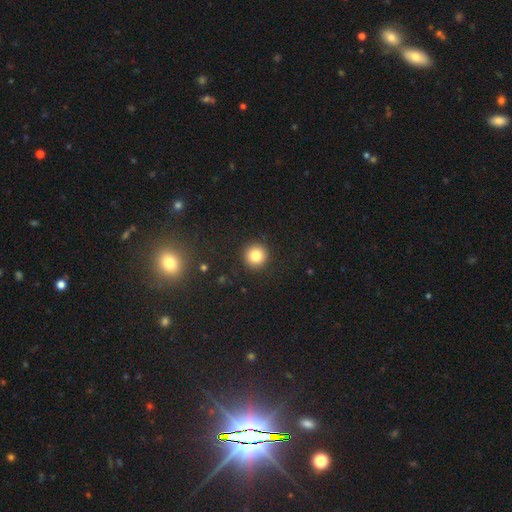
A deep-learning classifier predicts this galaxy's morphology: The model was most divided on "smooth or featured": smooth: 82%, star or artifact: 11%, featured or disk: 7%. More confident: how rounded — round (95%); merging — none (92%).